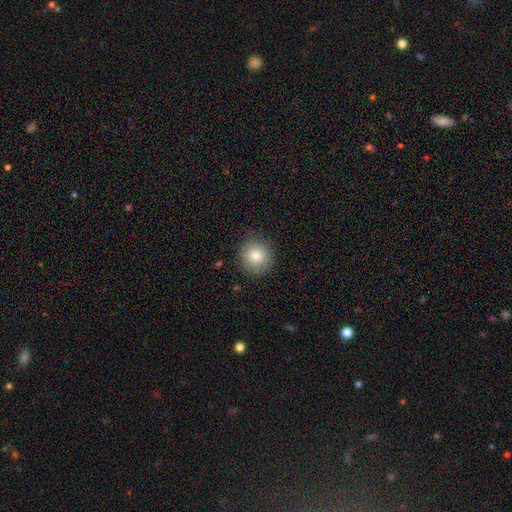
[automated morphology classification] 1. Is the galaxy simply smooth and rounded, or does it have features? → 82% smooth, 9% star or artifact, 8% featured or disk.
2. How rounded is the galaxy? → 89% round, 10% in between, 1% cigar-shaped.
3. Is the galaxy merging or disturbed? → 87% none, 10% minor disturbance, 2% major disturbance, 1% merger.